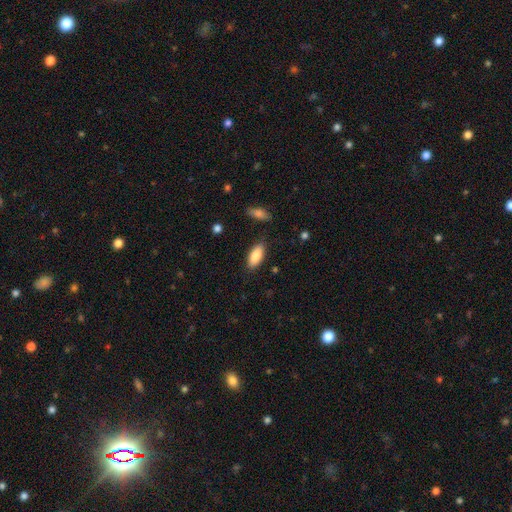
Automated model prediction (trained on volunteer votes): smooth_or_featured: smooth (p=0.86) [alt: featured or disk p=0.07]
how_rounded: in between (p=0.84) [alt: cigar-shaped p=0.14]
merging: none (p=0.84) [alt: minor disturbance p=0.12]